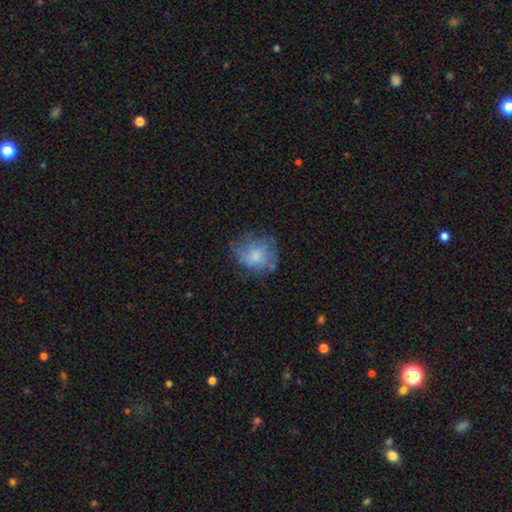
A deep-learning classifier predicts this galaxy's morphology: type=smooth (58%); roundness=round (70%); merging=none (59%).